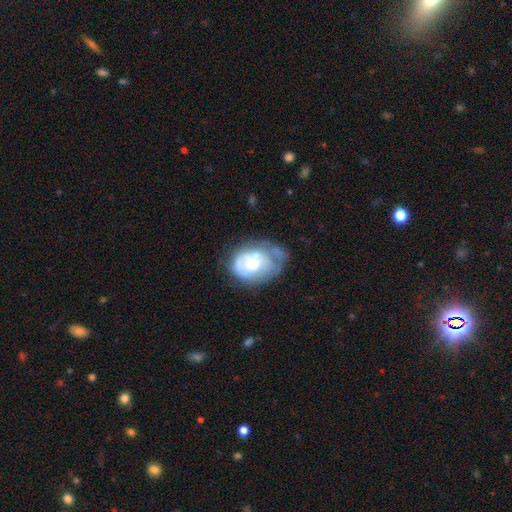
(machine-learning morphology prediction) Smooth or featured? Predicted: featured or disk (p=0.58). Edge-on disk? Predicted: no (p=0.97). Bar? Predicted: no (p=0.81). Spiral arms? Predicted: yes (p=0.51). Bulge size? Predicted: moderate (p=0.49). Merging? Predicted: none (p=0.40).